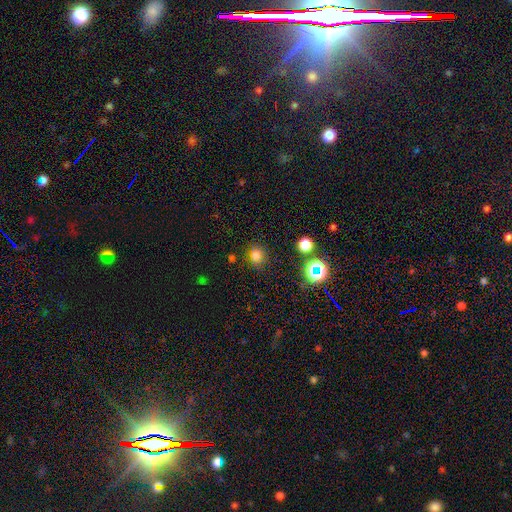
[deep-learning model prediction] smooth-or-featured: smooth: 76% | star or artifact: 19% | featured or disk: 5%
  how-rounded: round: 79% | in between: 20% | cigar-shaped: 1%
  merging: none: 84% | minor disturbance: 10% | major disturbance: 3% | merger: 3%